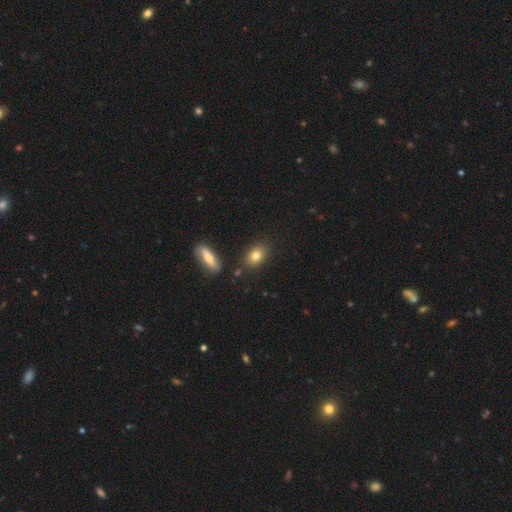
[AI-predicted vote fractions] The model was most divided on "how rounded": in between: 73%, round: 24%, cigar-shaped: 3%. More confident: merging — none (81%); smooth or featured — smooth (80%).